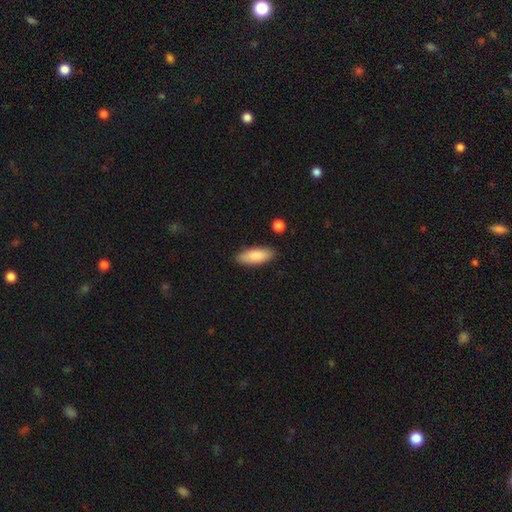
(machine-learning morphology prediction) smooth 85%, featured or disk 10%, star or artifact 6%. Down the decision tree: how rounded — in between (73%); merging — none (86%).